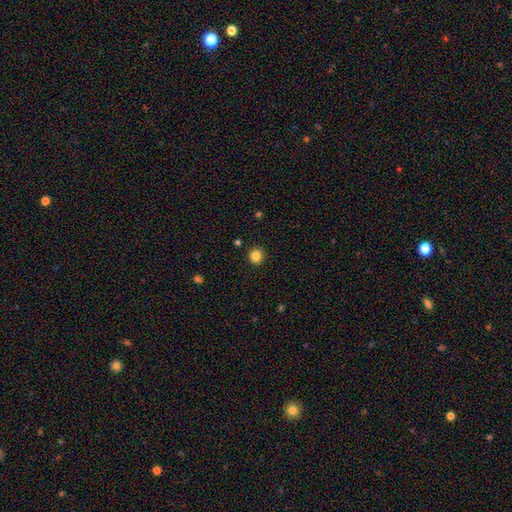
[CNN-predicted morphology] Overall: smooth (84%). How rounded: round (90%). Merging: none (92%).